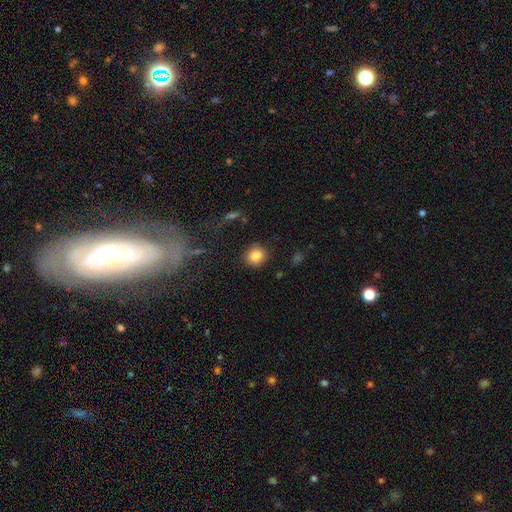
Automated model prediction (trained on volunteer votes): A smooth galaxy with no disk features (83%) that is round (82%). Merging: none (87%).